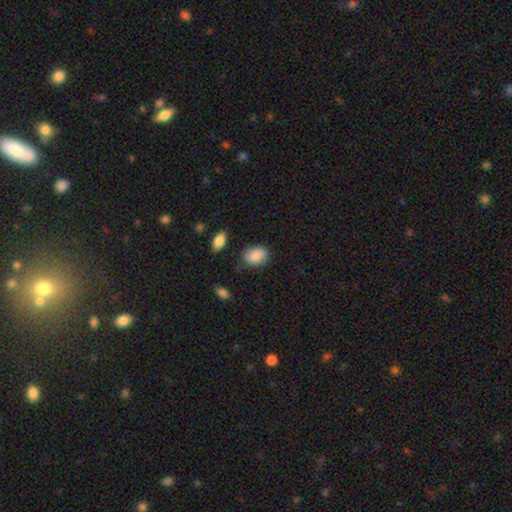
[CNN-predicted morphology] The model was most divided on "how rounded": in between: 73%, round: 25%, cigar-shaped: 1%. More confident: smooth or featured — smooth (85%); merging — none (70%).